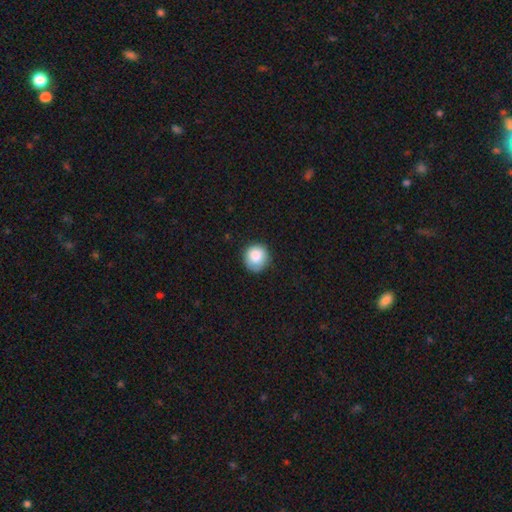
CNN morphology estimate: Q: Smooth or featured?
A: smooth (86%); runner-up: star or artifact (8%)
Q: How rounded?
A: round (89%); runner-up: in between (10%)
Q: Merging?
A: none (80%); runner-up: minor disturbance (15%)